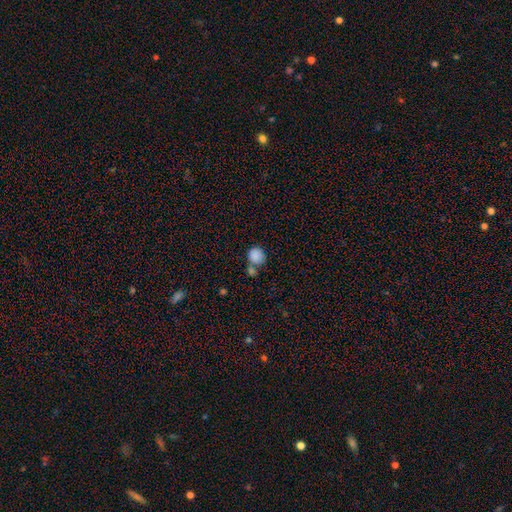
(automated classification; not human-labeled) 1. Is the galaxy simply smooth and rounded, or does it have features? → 86% smooth, 9% star or artifact, 5% featured or disk.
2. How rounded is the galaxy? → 83% round, 16% in between, 1% cigar-shaped.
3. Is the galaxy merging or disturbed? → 52% none, 30% merger, 13% minor disturbance, 5% major disturbance.